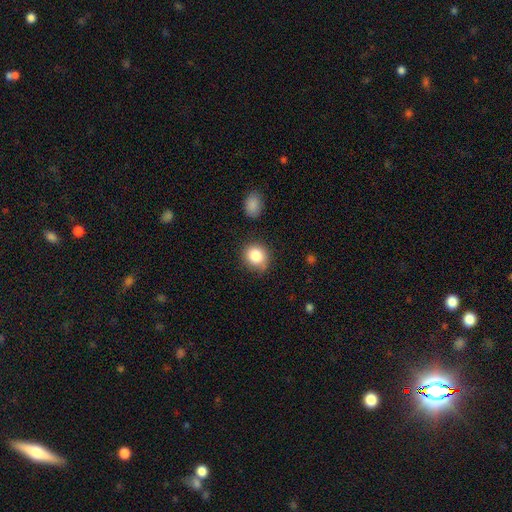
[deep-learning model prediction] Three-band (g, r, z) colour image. It shows a smooth galaxy with no disk features (84%) that is round (77%). Merging: none (75%).